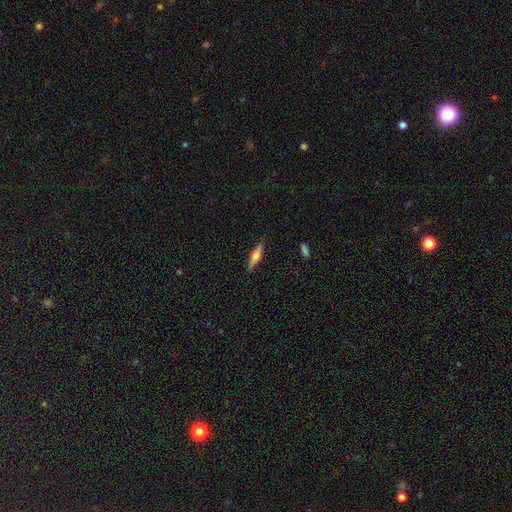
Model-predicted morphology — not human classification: smooth_or_featured: smooth (p=0.52) [alt: featured or disk p=0.42]
how_rounded: cigar-shaped (p=0.78) [alt: in between p=0.20]
merging: none (p=0.87) [alt: minor disturbance p=0.10]